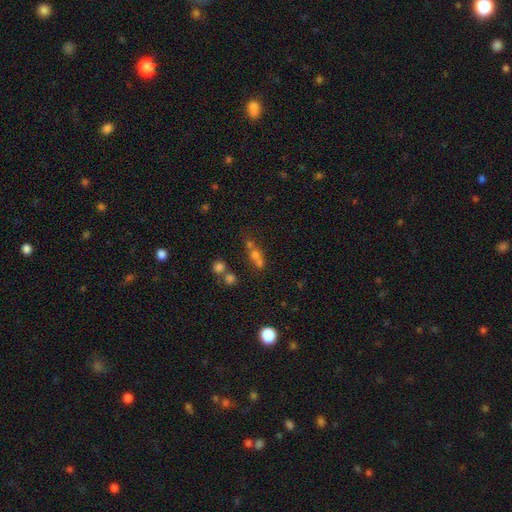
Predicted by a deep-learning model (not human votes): Morphology: type=smooth (51%); roundness=round (57%); merging=merger (43%).